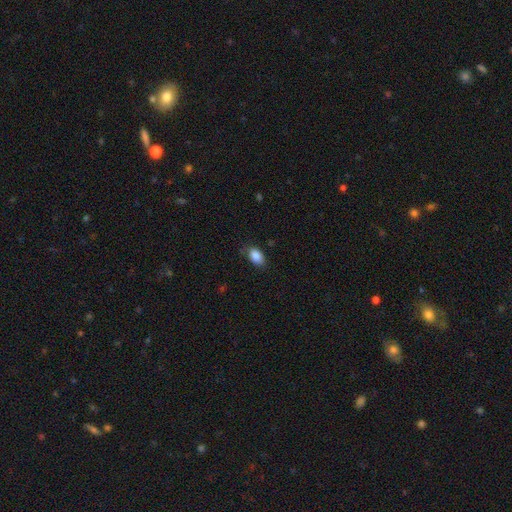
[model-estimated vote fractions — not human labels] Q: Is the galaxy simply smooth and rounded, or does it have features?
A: smooth — 87%.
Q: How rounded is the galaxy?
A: in between — 90%.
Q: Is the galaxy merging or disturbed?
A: none — 74%.